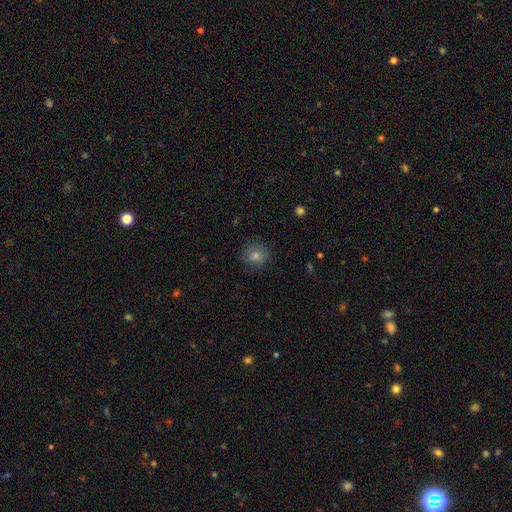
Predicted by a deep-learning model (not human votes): smooth_or_featured: smooth (p=0.67) [alt: star or artifact p=0.19]
how_rounded: round (p=0.91) [alt: in between p=0.08]
merging: none (p=0.86) [alt: minor disturbance p=0.10]